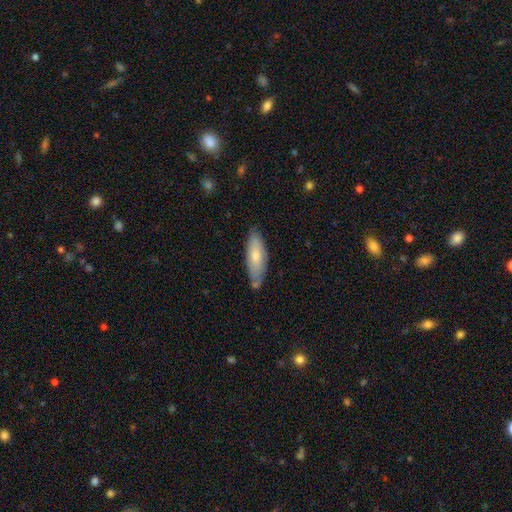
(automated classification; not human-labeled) A smooth galaxy with no disk features (68%) that is in between round and cigar-shaped (57%).

Vote fractions:
- Smooth or featured? smooth: 68% / featured or disk: 26% / star or artifact: 6%
- How rounded? in between: 57% / cigar-shaped: 41% / round: 2%
- Merging? none: 69% / minor disturbance: 21% / merger: 6% / major disturbance: 4%